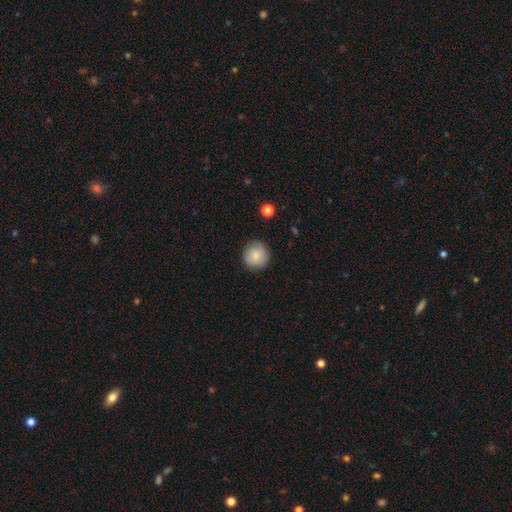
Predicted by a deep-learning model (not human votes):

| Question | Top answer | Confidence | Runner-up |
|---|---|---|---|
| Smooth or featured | smooth | 84% | star or artifact (8%) |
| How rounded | round | 93% | in between (6%) |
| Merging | none | 86% | minor disturbance (11%) |